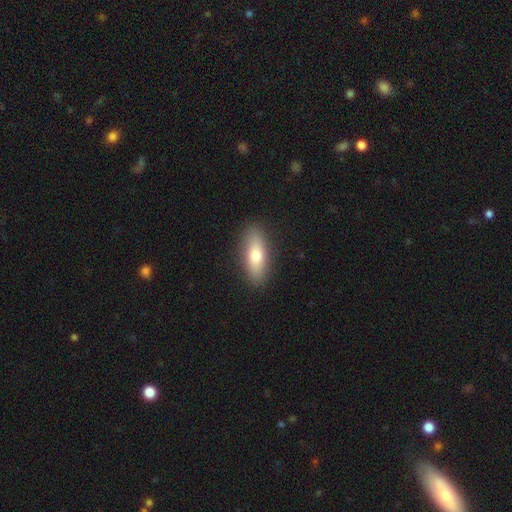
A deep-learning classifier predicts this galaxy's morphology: The model was most divided on "how rounded": in between: 62%, cigar-shaped: 35%, round: 3%. More confident: merging — none (89%); smooth or featured — smooth (71%).